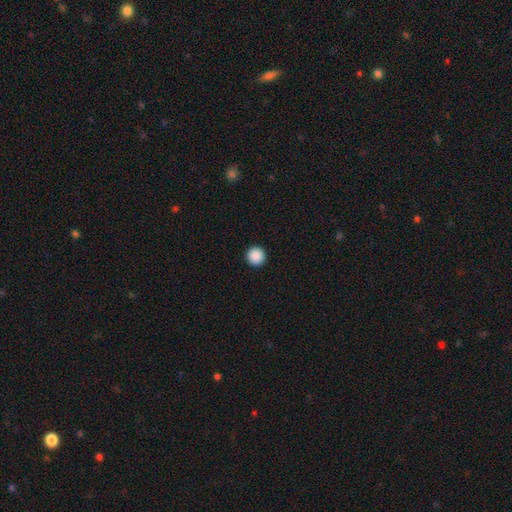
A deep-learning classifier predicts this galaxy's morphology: Overall: smooth (89%). How rounded: round (96%). Merging: none (94%).